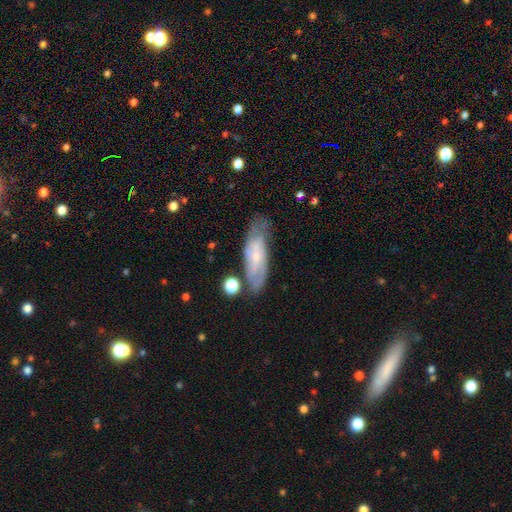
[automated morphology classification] Q: Smooth or featured?
A: featured or disk (61%); runner-up: smooth (32%)
Q: Edge-on disk?
A: no (80%); runner-up: yes (20%)
Q: Merging?
A: none (64%); runner-up: minor disturbance (23%)